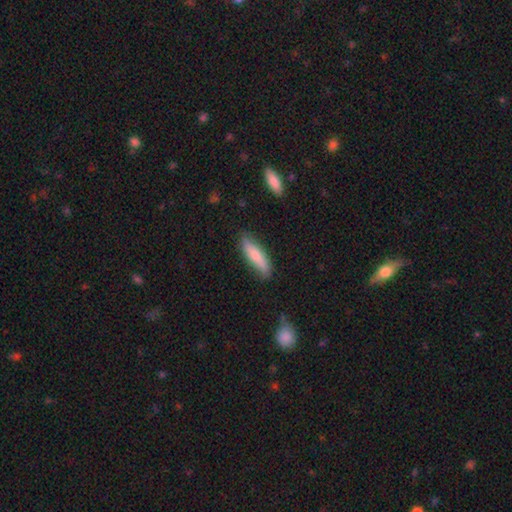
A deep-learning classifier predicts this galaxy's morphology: smooth_or_featured: smooth (p=0.74) [alt: featured or disk p=0.20]
how_rounded: cigar-shaped (p=0.69) [alt: in between p=0.30]
merging: none (p=0.80) [alt: minor disturbance p=0.16]